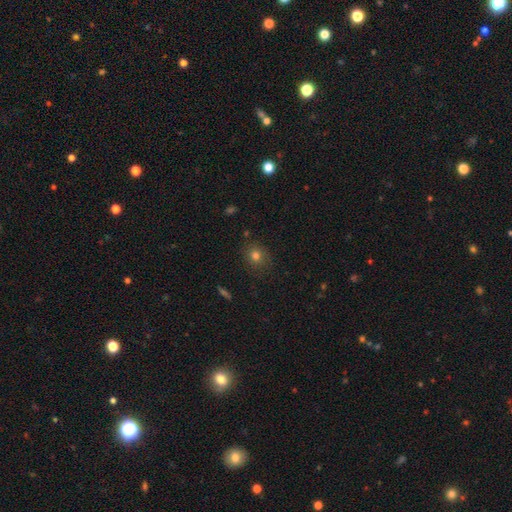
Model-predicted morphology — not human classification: type=smooth (78%); roundness=round (76%); merging=none (81%).